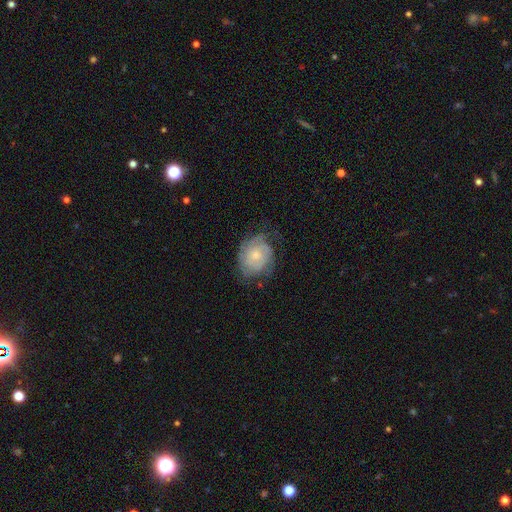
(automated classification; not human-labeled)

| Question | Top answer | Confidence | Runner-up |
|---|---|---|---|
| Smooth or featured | featured or disk | 62% | smooth (30%) |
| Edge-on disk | no | 97% | yes (3%) |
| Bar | no | 80% | weak (18%) |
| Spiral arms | yes | 84% | no (16%) |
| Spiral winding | tight | 63% | medium (27%) |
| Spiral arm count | can't tell | 48% | 2 (22%) |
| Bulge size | small | 54% | moderate (40%) |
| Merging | none | 59% | minor disturbance (26%) |